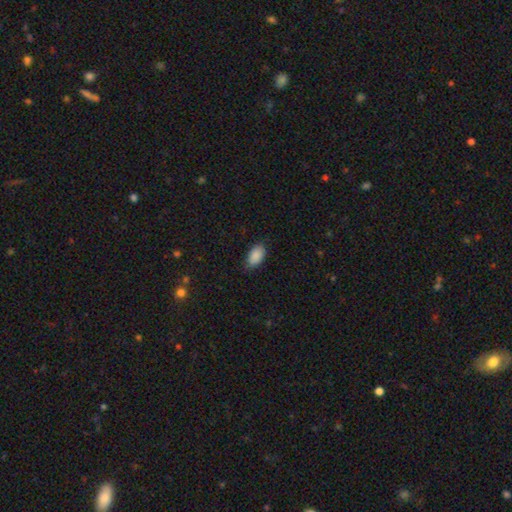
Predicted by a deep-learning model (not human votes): smooth_or_featured: smooth (p=0.89) [alt: star or artifact p=0.07]
how_rounded: in between (p=0.94) [alt: round p=0.04]
merging: none (p=0.82) [alt: minor disturbance p=0.14]